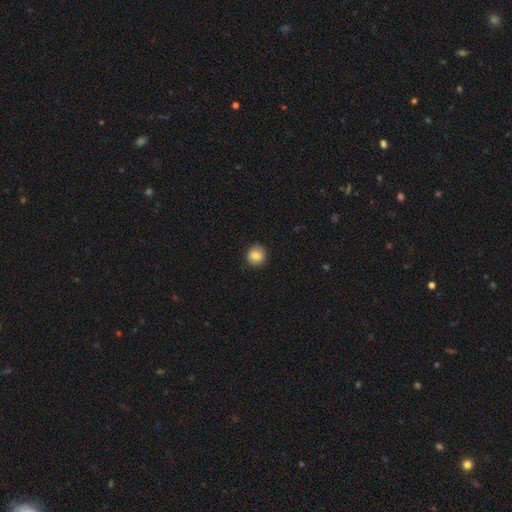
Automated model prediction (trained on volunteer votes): A smooth galaxy with no disk features (85%) that is round (83%). Merging: none (85%).